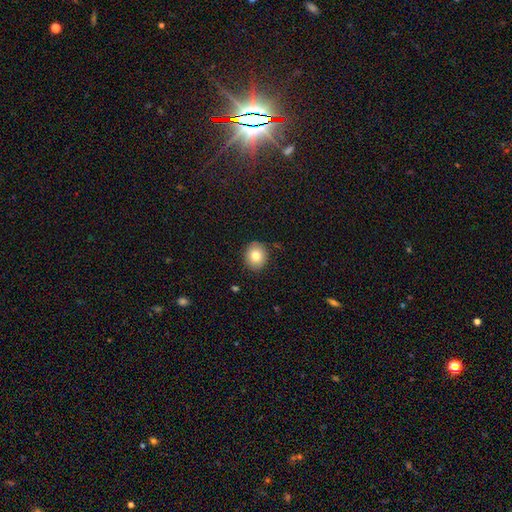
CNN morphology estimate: The model was most divided on "how rounded": round: 76%, in between: 23%, cigar-shaped: 1%. More confident: merging — none (87%); smooth or featured — smooth (80%).